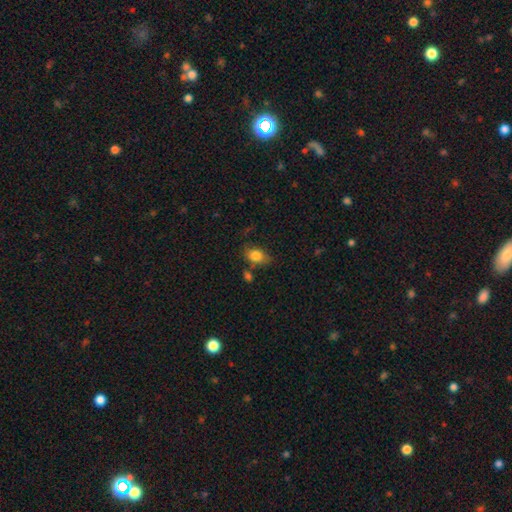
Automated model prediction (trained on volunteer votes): Smooth or featured: smooth — 82% (featured or disk — 10%)
How rounded: in between — 77% (round — 21%)
Merging: none — 58% (minor disturbance — 24%)